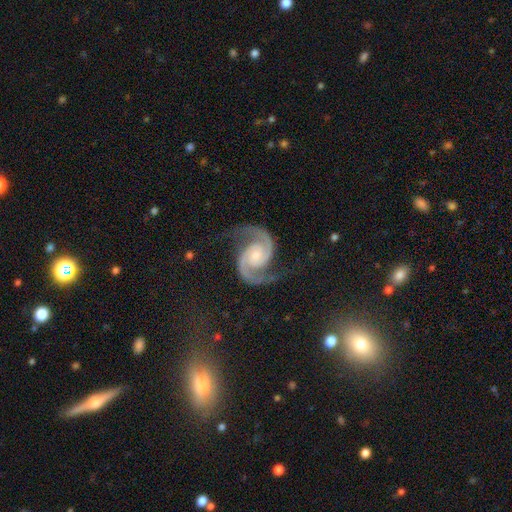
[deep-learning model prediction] Overall: featured or disk (94%). Edge-on disk: no (99%). Bar: no (66%). Spiral arms: yes (99%). Spiral arm count: 2 (95%). Spiral winding: medium (60%; tight 24%). Bulge size: moderate (47%; small 33%). Merging: none (78%).